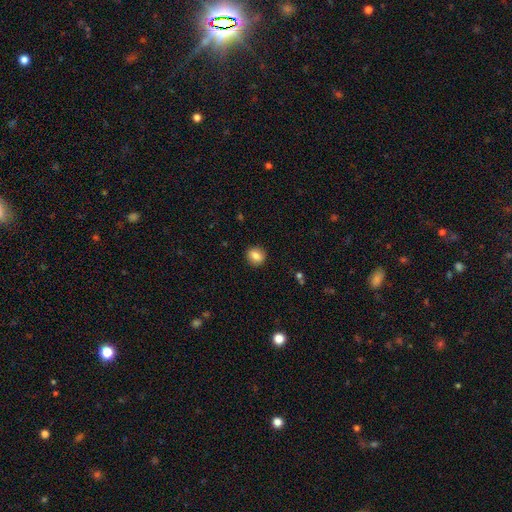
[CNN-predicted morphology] Q: Smooth or featured?
A: smooth (82%); runner-up: featured or disk (10%)
Q: How rounded?
A: round (75%); runner-up: in between (24%)
Q: Merging?
A: none (90%); runner-up: minor disturbance (7%)